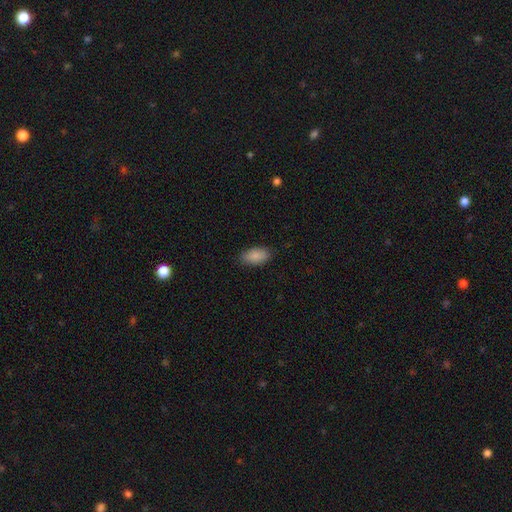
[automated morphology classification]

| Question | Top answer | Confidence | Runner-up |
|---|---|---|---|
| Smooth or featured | smooth | 88% | star or artifact (7%) |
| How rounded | in between | 93% | cigar-shaped (4%) |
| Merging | none | 87% | minor disturbance (10%) |